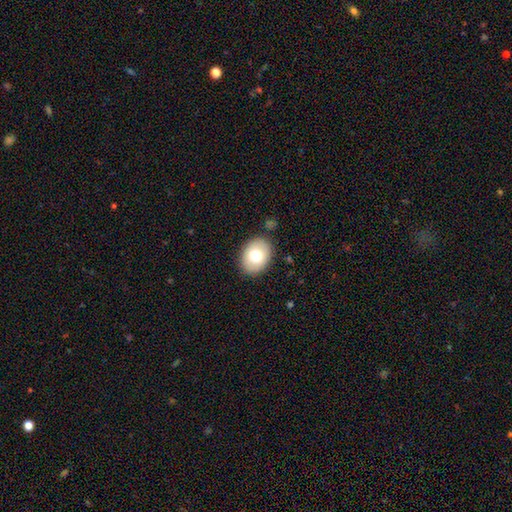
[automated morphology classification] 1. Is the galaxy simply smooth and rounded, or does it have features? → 74% smooth, 18% featured or disk, 8% star or artifact.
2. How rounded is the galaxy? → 68% in between, 31% round, 1% cigar-shaped.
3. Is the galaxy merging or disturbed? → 86% none, 9% minor disturbance, 2% major disturbance, 2% merger.